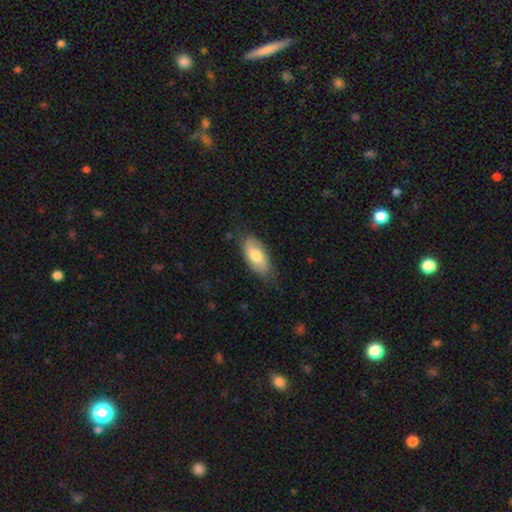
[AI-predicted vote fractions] Smooth or featured: smooth — 71% (featured or disk — 23%)
How rounded: in between — 89% (cigar-shaped — 8%)
Merging: none — 72% (minor disturbance — 22%)